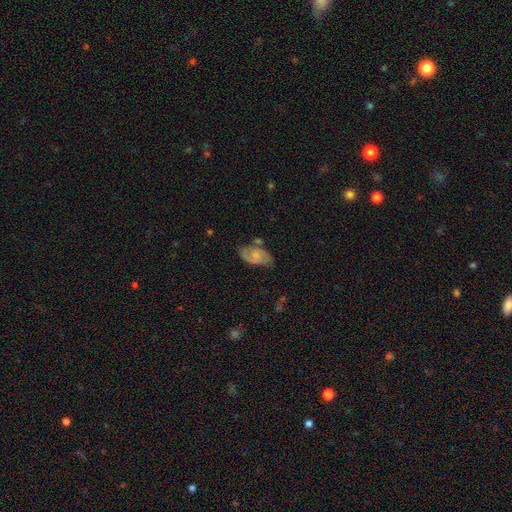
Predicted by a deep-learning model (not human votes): The model was most divided on "bulge size": small: 44%, none: 26%, moderate: 25%, large: 4%, dominant: 1%. More confident: edge-on disk — no (96%); spiral arms — yes (91%); spiral arm count — 2 (87%); smooth or featured — featured or disk (68%); merging — none (60%); bar — no (58%); spiral winding — medium (51%).